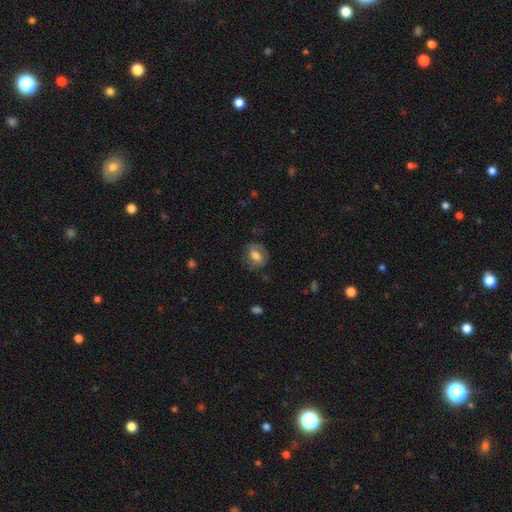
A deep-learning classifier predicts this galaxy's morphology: Smooth or featured? smooth (67%)
How rounded? in between (56%)
Merging? none (72%)